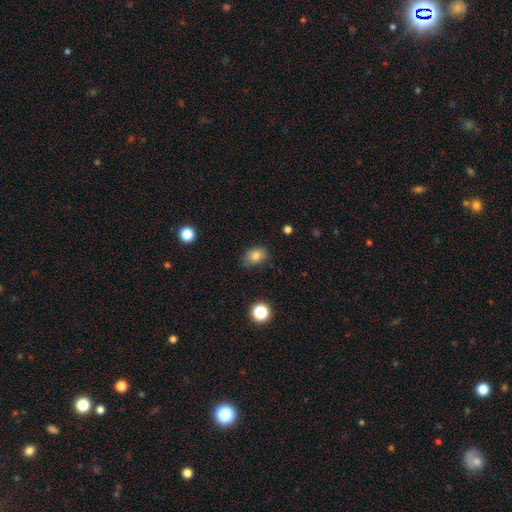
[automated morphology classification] smooth_or_featured: smooth (p=0.80) [alt: star or artifact p=0.11]
how_rounded: in between (p=0.70) [alt: round p=0.29]
merging: none (p=0.74) [alt: minor disturbance p=0.20]